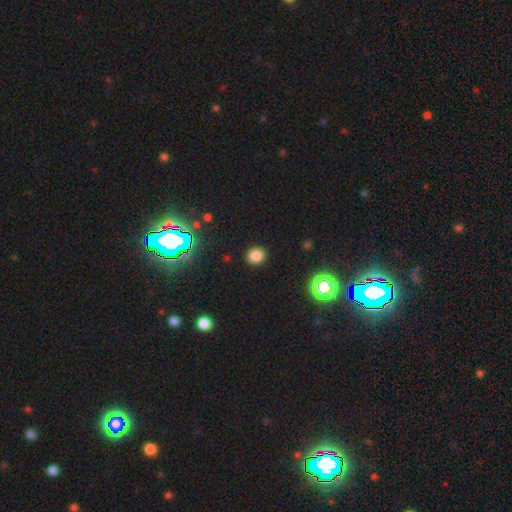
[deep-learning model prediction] Q: Smooth or featured?
A: smooth (79%); runner-up: star or artifact (17%)
Q: How rounded?
A: round (75%); runner-up: in between (24%)
Q: Merging?
A: none (90%); runner-up: minor disturbance (6%)